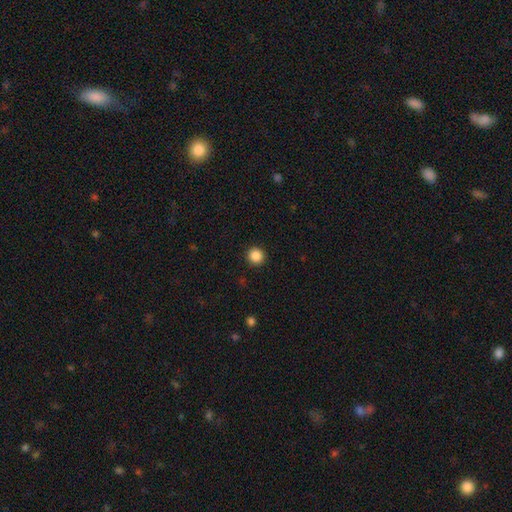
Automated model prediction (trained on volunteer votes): Morphology: type=smooth (87%); roundness=round (95%); merging=none (93%).